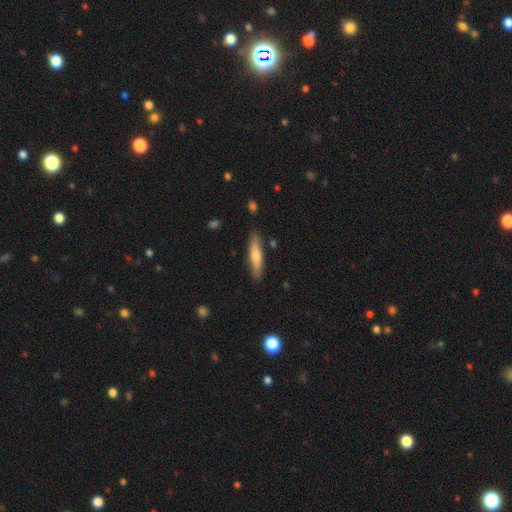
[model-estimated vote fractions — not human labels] Overall: smooth (63%; featured or disk 32%). How rounded: cigar-shaped (81%). Merging: none (86%).